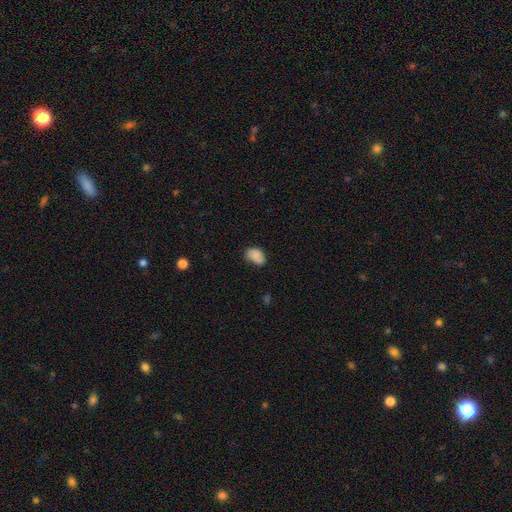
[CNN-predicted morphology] This appears to be a smooth galaxy with no disk features (85%) that is in between round and cigar-shaped (84%). Merging: none (64%).